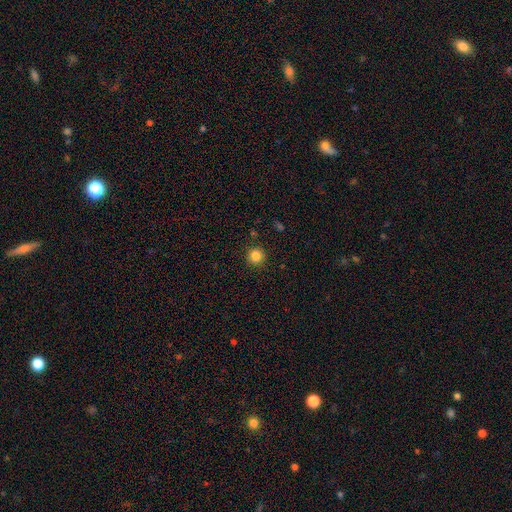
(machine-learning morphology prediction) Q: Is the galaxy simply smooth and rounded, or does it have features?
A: smooth — 84%.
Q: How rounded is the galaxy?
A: round — 95%.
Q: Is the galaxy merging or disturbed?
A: none — 91%.